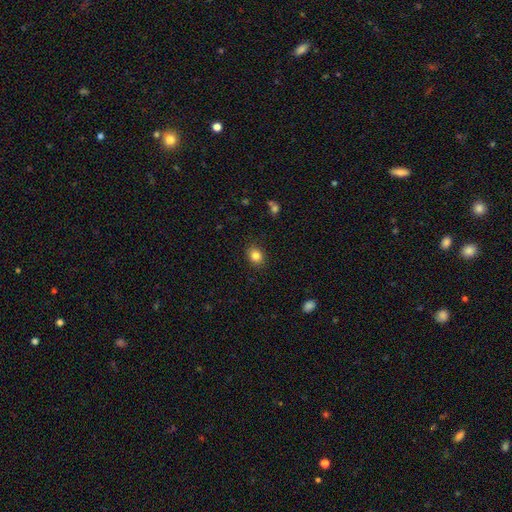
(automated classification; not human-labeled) Smooth or featured? Predicted: smooth (p=0.84). How rounded? Predicted: round (p=0.53). Merging? Predicted: none (p=0.88).